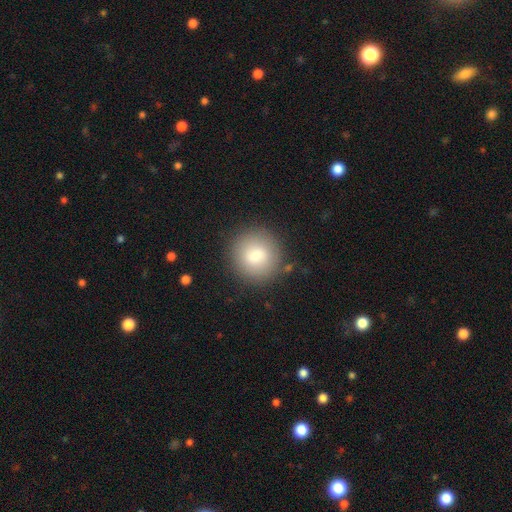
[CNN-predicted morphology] smooth_or_featured: smooth (p=0.80) [alt: featured or disk p=0.12]
how_rounded: round (p=0.93) [alt: in between p=0.06]
merging: none (p=0.84) [alt: minor disturbance p=0.09]